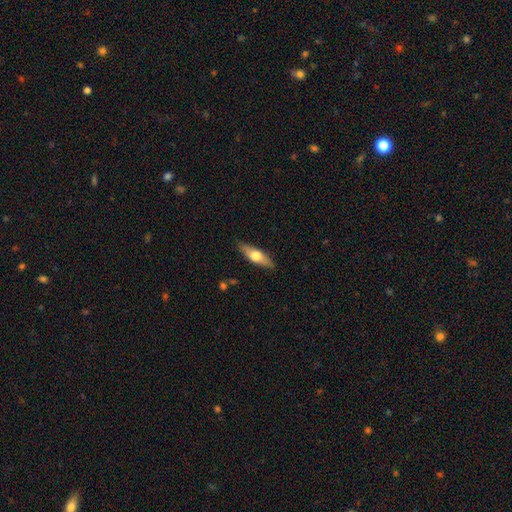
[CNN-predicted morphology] type=smooth (47%, tied with featured or disk); merging=none (86%).